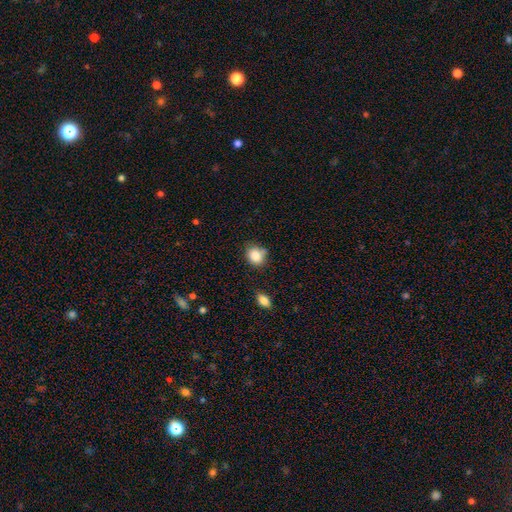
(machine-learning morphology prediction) This is clearly a smooth galaxy (85%). How rounded: possibly round (56%). Merging: likely none (65%).